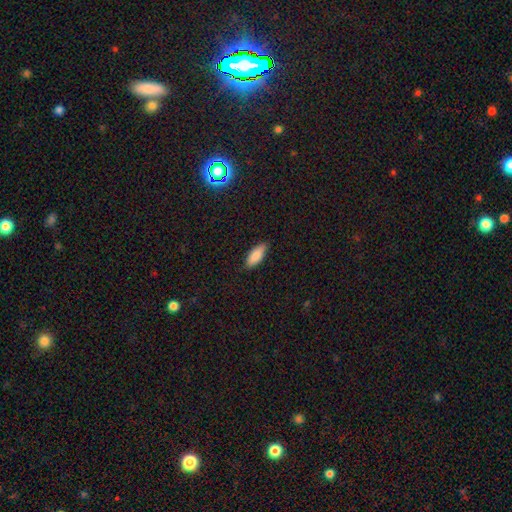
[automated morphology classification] smooth 85%, featured or disk 8%, star or artifact 6%. Down the decision tree: how rounded — in between (76%); merging — none (83%).